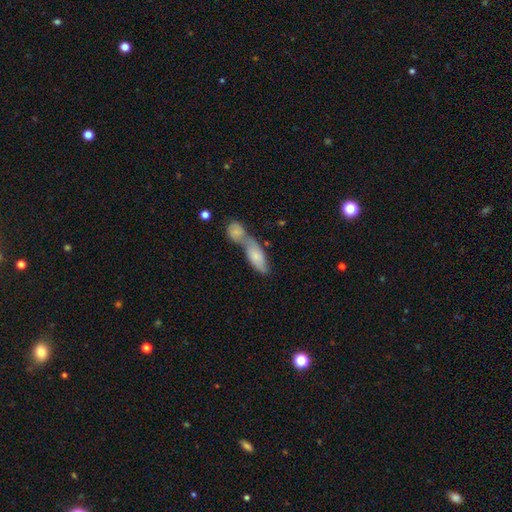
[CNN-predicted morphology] type=smooth (72%); roundness=in between (73%); merging=merger (69%).